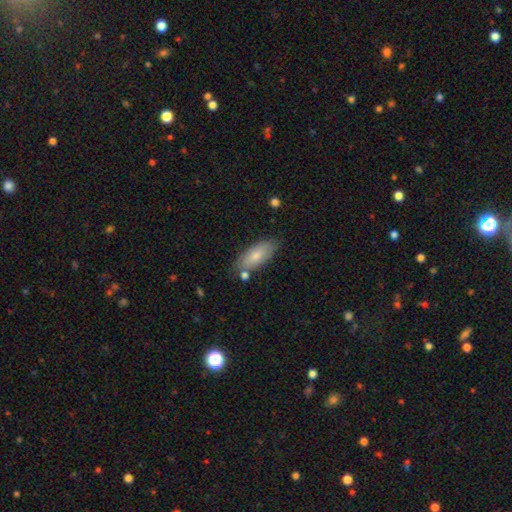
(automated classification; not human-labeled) A smooth galaxy with no disk features (76%) that is in between round and cigar-shaped (82%). Merging: none (73%).